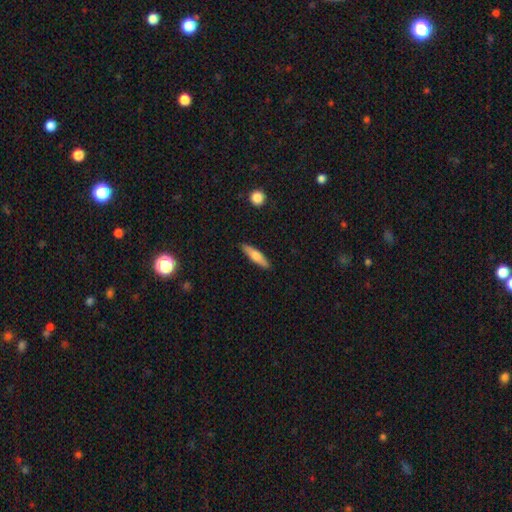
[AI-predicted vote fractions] smooth-or-featured: smooth: 66% | featured or disk: 28% | star or artifact: 6%
  how-rounded: cigar-shaped: 74% | in between: 24% | round: 2%
  merging: none: 88% | minor disturbance: 9% | major disturbance: 2% | merger: 1%